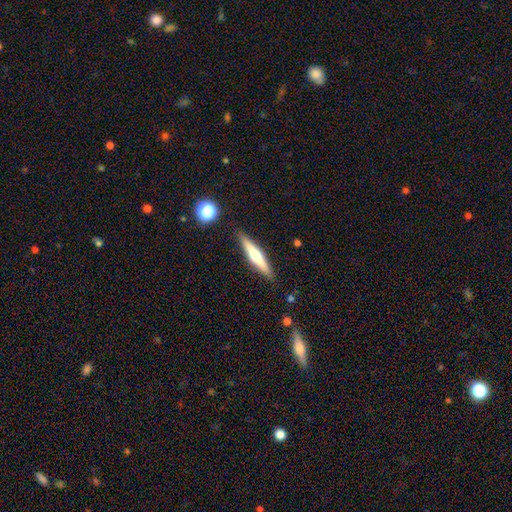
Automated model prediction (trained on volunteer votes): This is possibly a featured or disk galaxy (57%). It is clearly viewed edge-on (96%). Edge-on bulge: clearly rounded (89%). Merging: clearly none (89%).